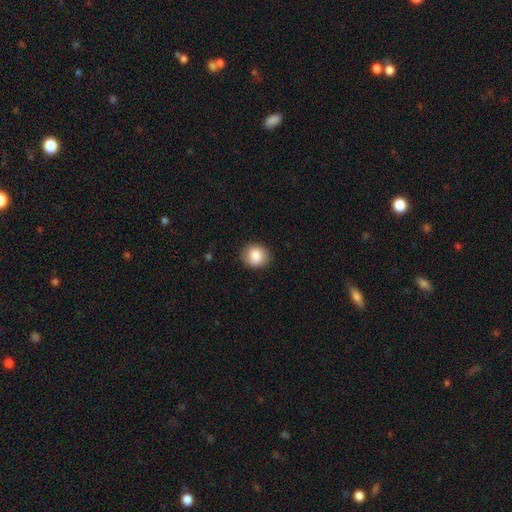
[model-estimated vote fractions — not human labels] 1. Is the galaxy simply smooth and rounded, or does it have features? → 86% smooth, 8% star or artifact, 7% featured or disk.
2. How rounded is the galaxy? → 72% round, 27% in between, 1% cigar-shaped.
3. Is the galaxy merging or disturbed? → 86% none, 11% minor disturbance, 3% major disturbance, 1% merger.